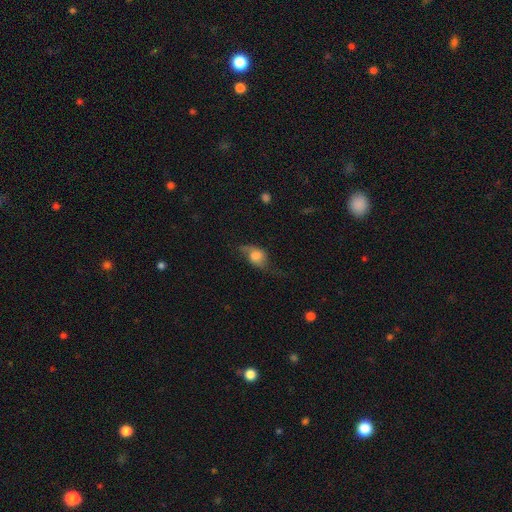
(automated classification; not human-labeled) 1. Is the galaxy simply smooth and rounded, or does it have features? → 55% smooth, 35% featured or disk, 9% star or artifact.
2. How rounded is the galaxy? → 69% in between, 27% round, 4% cigar-shaped.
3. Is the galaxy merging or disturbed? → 39% none, 30% major disturbance, 29% minor disturbance, 3% merger.